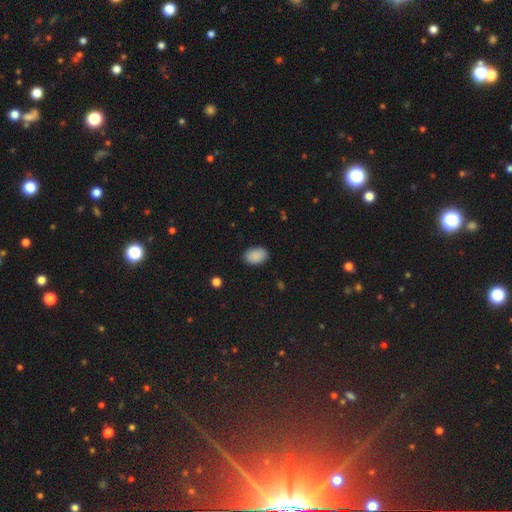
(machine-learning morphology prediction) smooth_or_featured: smooth (p=0.90) [alt: star or artifact p=0.07]
how_rounded: in between (p=0.88) [alt: round p=0.11]
merging: none (p=0.87) [alt: minor disturbance p=0.09]